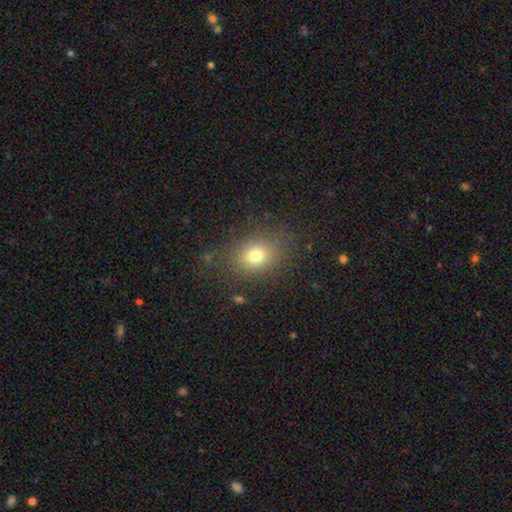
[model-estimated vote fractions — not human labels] smooth_or_featured: smooth (p=0.74) [alt: star or artifact p=0.15]
how_rounded: in between (p=0.54) [alt: round p=0.45]
merging: none (p=0.80) [alt: minor disturbance p=0.12]